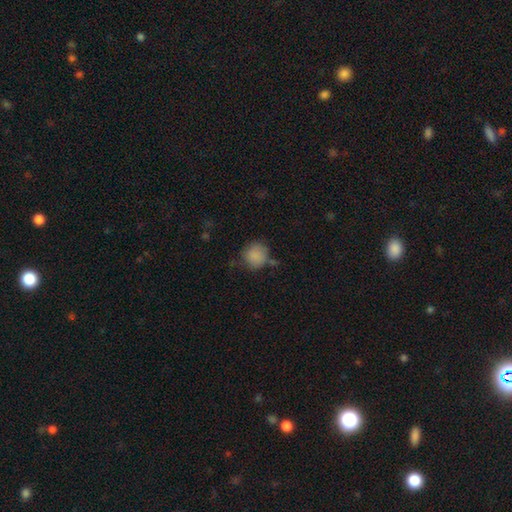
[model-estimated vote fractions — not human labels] A smooth galaxy with no disk features (85%) that is round (86%).

Vote fractions:
- Smooth or featured? smooth: 85% / star or artifact: 9% / featured or disk: 5%
- How rounded? round: 86% / in between: 13% / cigar-shaped: 1%
- Merging? none: 66% / minor disturbance: 21% / merger: 7% / major disturbance: 6%